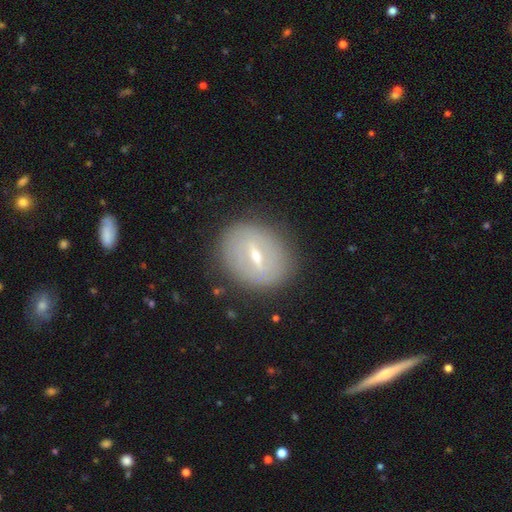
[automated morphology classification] This is likely a featured or disk galaxy (65%). It is clearly not viewed edge-on (83%). Bar: possibly strong (55%). Spiral arm pattern: likely no (74%). Central bulge: possibly small (53%). Merging: clearly none (83%).